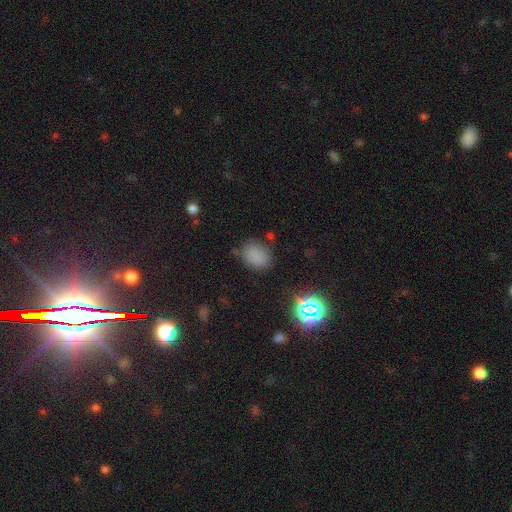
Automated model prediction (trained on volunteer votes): smooth_or_featured: smooth (p=0.76) [alt: star or artifact p=0.18]
how_rounded: in between (p=0.61) [alt: round p=0.38]
merging: none (p=0.72) [alt: minor disturbance p=0.18]